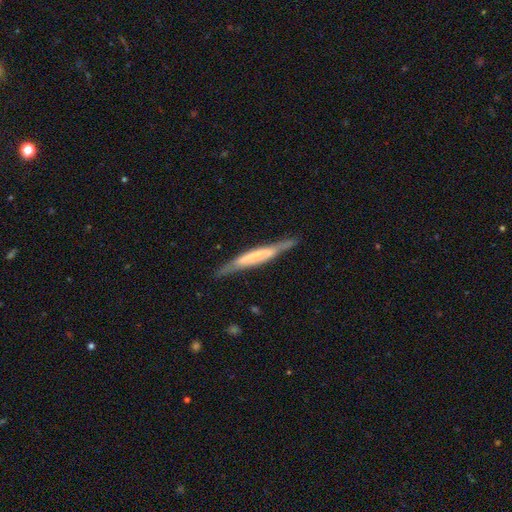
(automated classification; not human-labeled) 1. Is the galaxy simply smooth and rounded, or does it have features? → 61% featured or disk, 33% smooth, 6% star or artifact.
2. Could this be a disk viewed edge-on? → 91% yes, 9% no.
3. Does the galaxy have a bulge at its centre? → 43% none, 41% boxy, 16% rounded.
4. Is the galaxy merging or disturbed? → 78% none, 16% minor disturbance, 4% major disturbance, 2% merger.